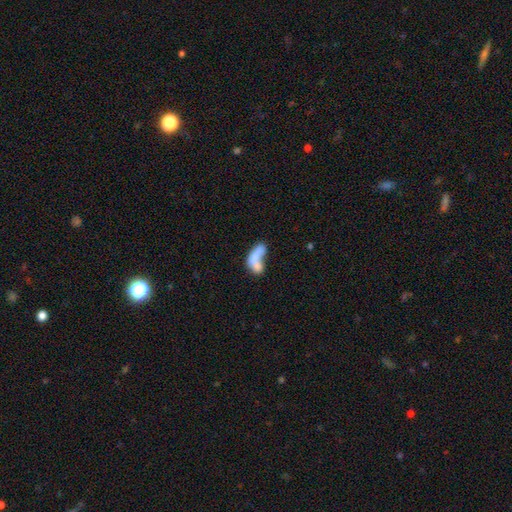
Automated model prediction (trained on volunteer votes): This is likely a smooth galaxy (64%). How rounded: likely in between (78%). Merging: possibly merger (55%).